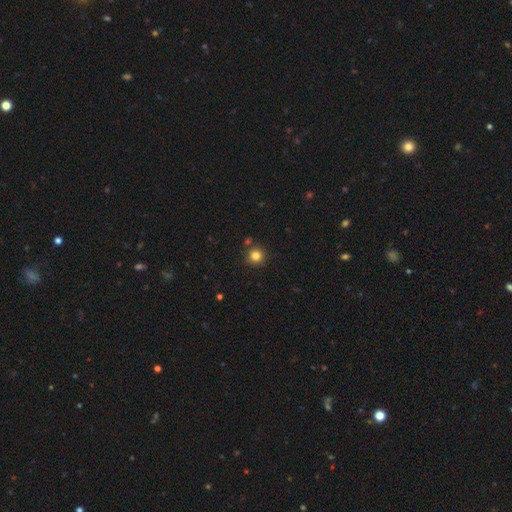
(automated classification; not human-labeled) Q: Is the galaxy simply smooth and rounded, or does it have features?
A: smooth — 82%.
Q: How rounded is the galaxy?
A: round — 94%.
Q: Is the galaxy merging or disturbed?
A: none — 85%.